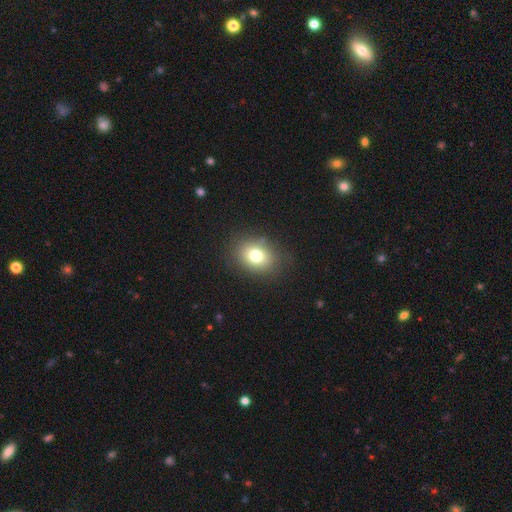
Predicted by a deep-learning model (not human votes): Smooth or featured? smooth (77%)
How rounded? in between (56%)
Merging? none (83%)